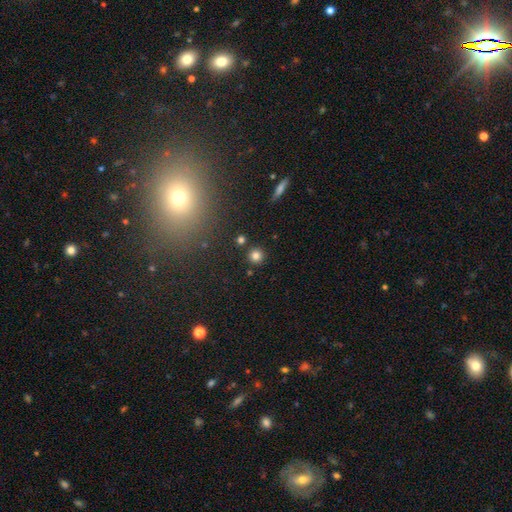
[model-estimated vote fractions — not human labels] Q: Smooth or featured?
A: smooth (80%); runner-up: star or artifact (14%)
Q: How rounded?
A: round (94%); runner-up: in between (5%)
Q: Merging?
A: none (87%); runner-up: minor disturbance (6%)